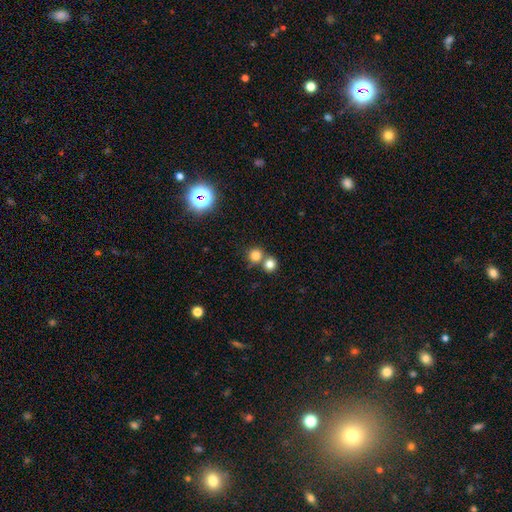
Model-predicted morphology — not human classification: smooth 78%, star or artifact 14%, featured or disk 7%. Down the decision tree: how rounded — round (91%); merging — none (59%).